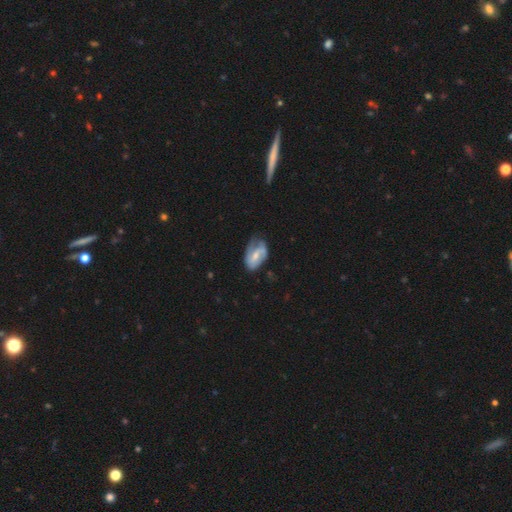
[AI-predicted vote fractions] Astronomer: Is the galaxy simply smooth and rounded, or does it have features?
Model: featured or disk — 56% (runner-up: smooth, 38%).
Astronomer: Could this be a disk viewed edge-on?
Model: no — 95%.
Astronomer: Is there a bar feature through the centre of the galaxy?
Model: weak — 44% (runner-up: no, 34%).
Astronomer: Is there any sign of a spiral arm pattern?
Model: yes — 71%.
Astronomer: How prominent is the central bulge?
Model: moderate — 48% (runner-up: small, 43%).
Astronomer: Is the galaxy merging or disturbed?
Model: none — 43% (runner-up: minor disturbance, 37%).